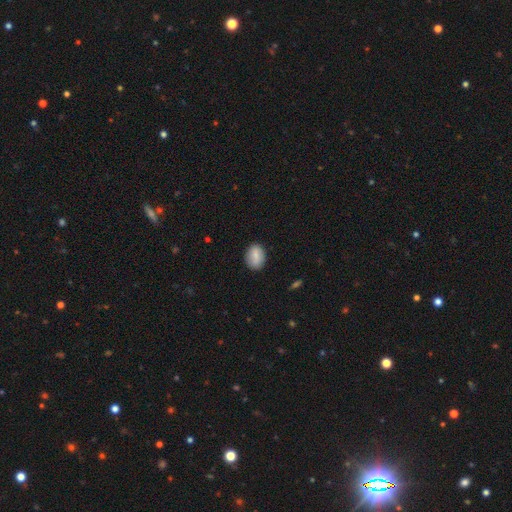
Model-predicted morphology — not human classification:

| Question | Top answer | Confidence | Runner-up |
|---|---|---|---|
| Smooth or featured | smooth | 78% | featured or disk (15%) |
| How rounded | in between | 74% | round (24%) |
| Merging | none | 85% | minor disturbance (12%) |